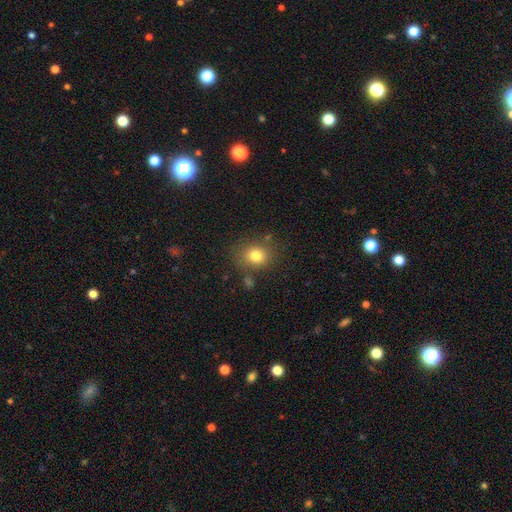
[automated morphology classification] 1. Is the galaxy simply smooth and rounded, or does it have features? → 79% smooth, 12% star or artifact, 9% featured or disk.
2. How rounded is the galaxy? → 65% round, 34% in between, 1% cigar-shaped.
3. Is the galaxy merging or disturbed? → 76% none, 14% minor disturbance, 5% merger, 5% major disturbance.